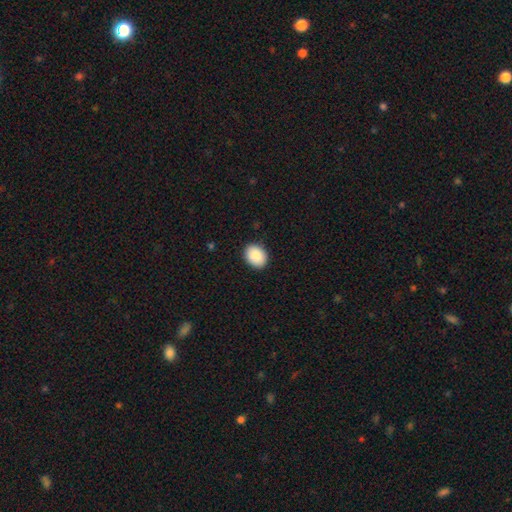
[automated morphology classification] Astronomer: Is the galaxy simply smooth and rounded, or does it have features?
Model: smooth — 88%.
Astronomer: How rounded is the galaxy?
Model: in between — 52% (runner-up: round, 48%).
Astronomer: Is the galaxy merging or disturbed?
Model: none — 90%.